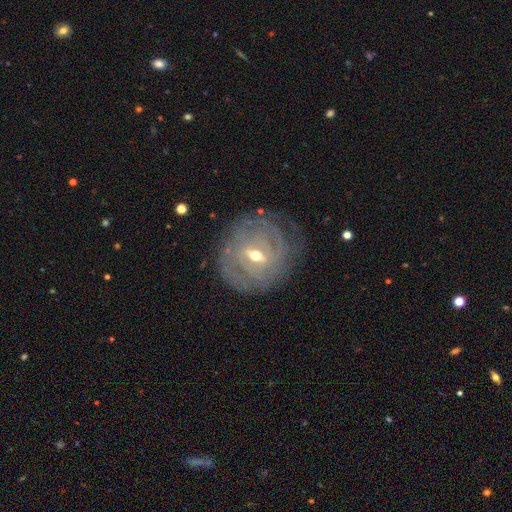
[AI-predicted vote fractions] Overall: featured or disk (84%). Edge-on disk: no (94%). Bar: weak (50%; strong 34%). Spiral arms: yes (87%). Spiral arm count: can't tell (46%; 2 19%). Spiral winding: tight (72%). Bulge size: moderate (58%; small 38%). Merging: none (75%).